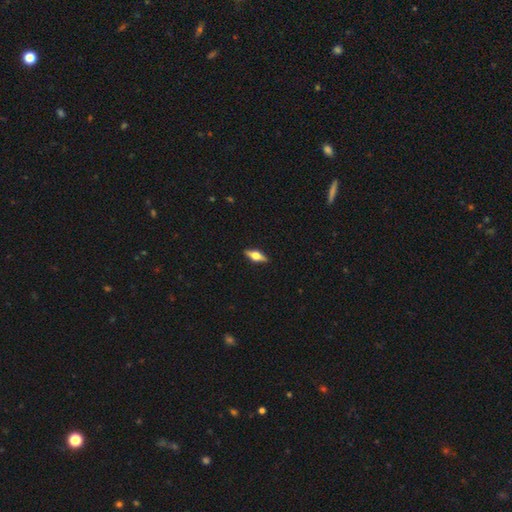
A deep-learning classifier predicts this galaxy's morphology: Smooth or featured? Predicted: featured or disk (p=0.56). Edge-on disk? Predicted: yes (p=0.95). Edge-on bulge? Predicted: rounded (p=0.94). Merging? Predicted: none (p=0.90).